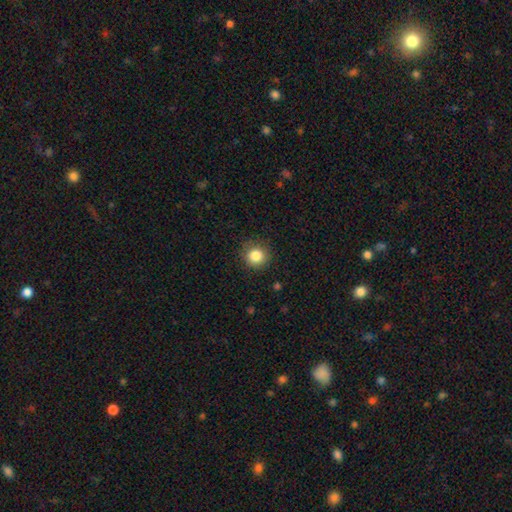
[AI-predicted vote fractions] smooth_or_featured: smooth (p=0.84) [alt: star or artifact p=0.10]
how_rounded: round (p=0.92) [alt: in between p=0.07]
merging: none (p=0.88) [alt: minor disturbance p=0.08]